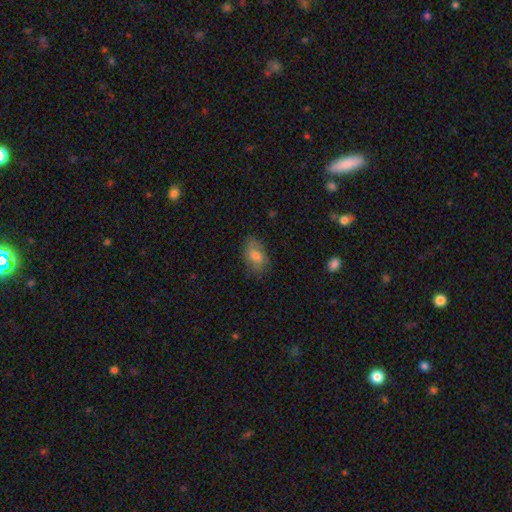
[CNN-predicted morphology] Overall: smooth (73%). How rounded: in between (88%). Merging: none (71%).